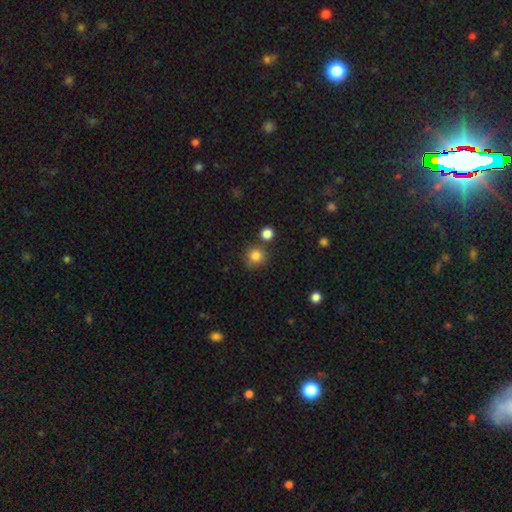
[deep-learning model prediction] Smooth or featured? Predicted: smooth (p=0.83). How rounded? Predicted: round (p=0.92). Merging? Predicted: none (p=0.77).